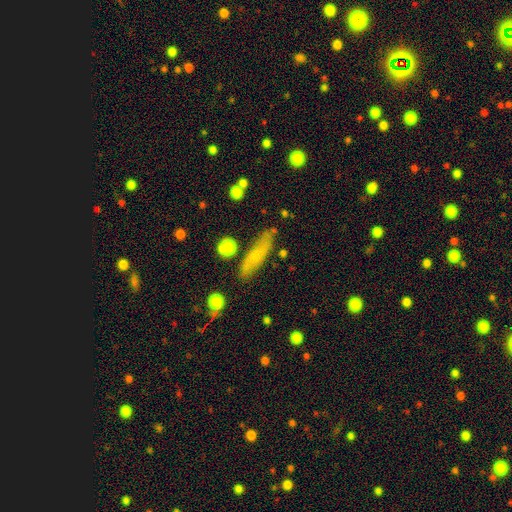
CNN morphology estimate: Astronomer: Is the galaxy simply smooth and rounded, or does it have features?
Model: smooth — 60%.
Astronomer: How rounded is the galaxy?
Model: cigar-shaped — 71%.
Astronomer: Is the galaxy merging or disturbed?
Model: none — 77%.